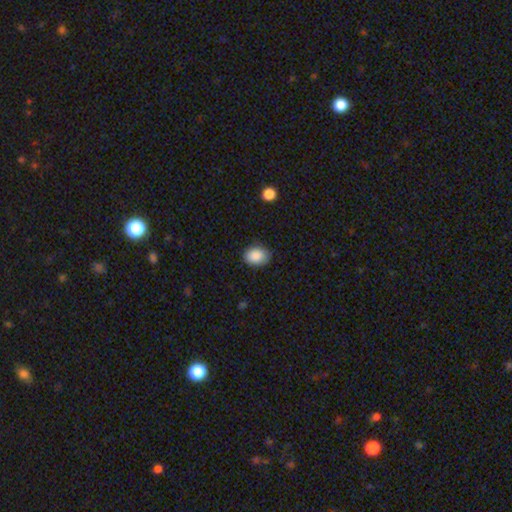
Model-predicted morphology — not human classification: Overall: smooth (89%). How rounded: in between (73%). Merging: none (82%).